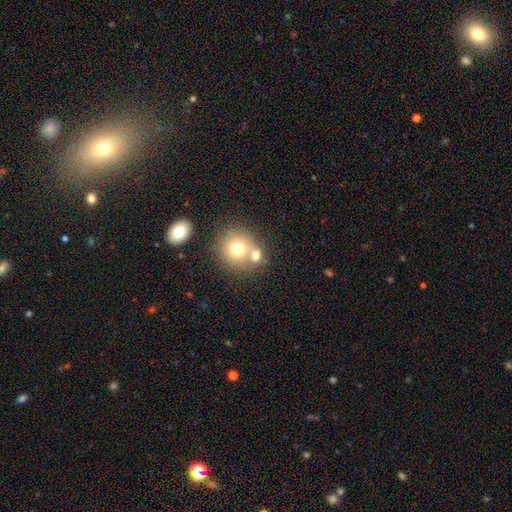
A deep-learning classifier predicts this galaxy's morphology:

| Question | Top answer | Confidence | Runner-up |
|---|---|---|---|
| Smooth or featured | smooth | 71% | featured or disk (17%) |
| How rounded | round | 81% | in between (18%) |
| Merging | none | 44% | tied: merger (44%) |